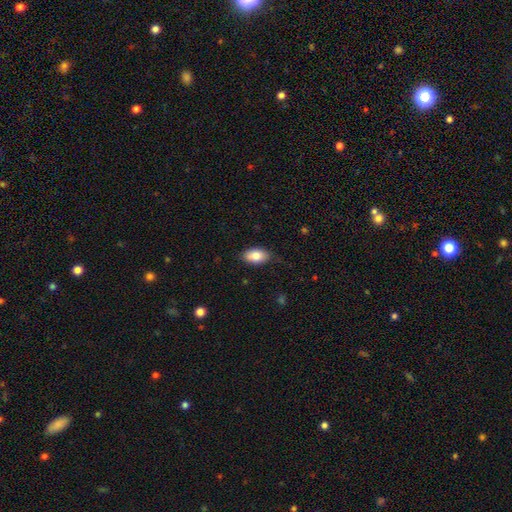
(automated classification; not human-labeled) The model was most divided on "merging": none: 80%, minor disturbance: 16%, major disturbance: 3%, merger: 1%. More confident: how rounded — in between (92%); smooth or featured — smooth (83%).